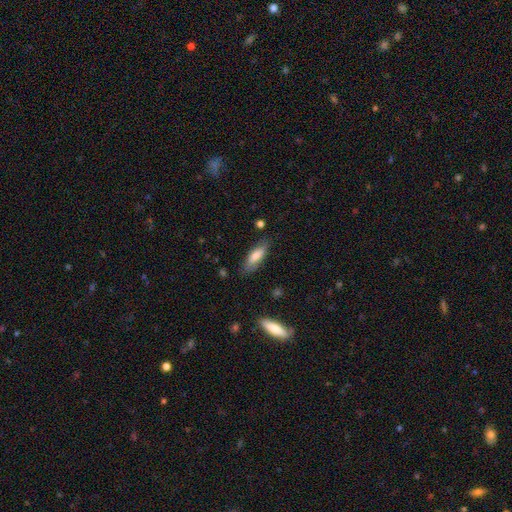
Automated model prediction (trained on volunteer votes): smooth_or_featured: smooth (p=0.76) [alt: featured or disk p=0.17]
how_rounded: in between (p=0.57) [alt: cigar-shaped p=0.42]
merging: none (p=0.78) [alt: minor disturbance p=0.17]